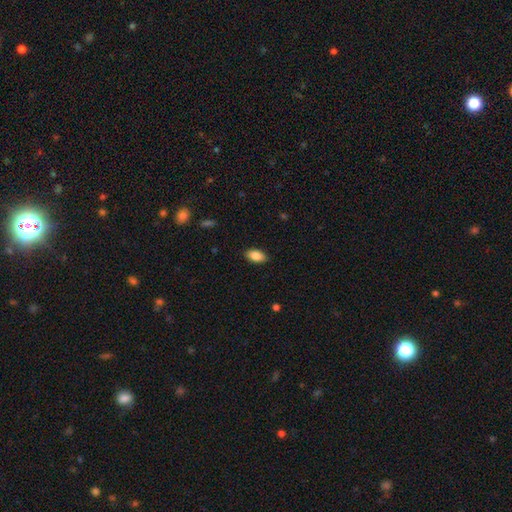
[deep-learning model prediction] This appears to be a smooth galaxy with no disk features (86%) that is in between round and cigar-shaped (92%). Merging: none (88%).